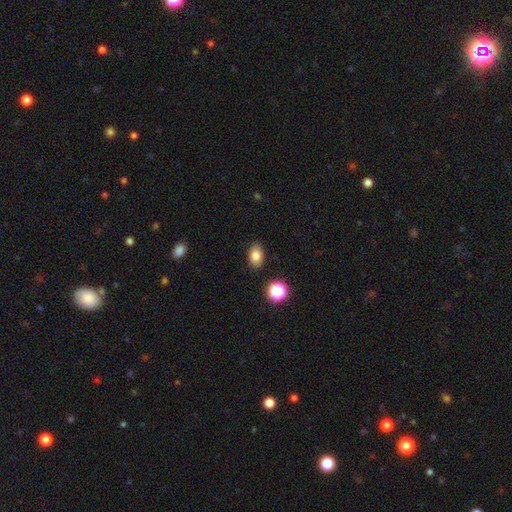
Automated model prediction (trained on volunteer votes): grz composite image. It shows a smooth galaxy with no disk features (82%) that is in between round and cigar-shaped (82%). Merging: none (86%).